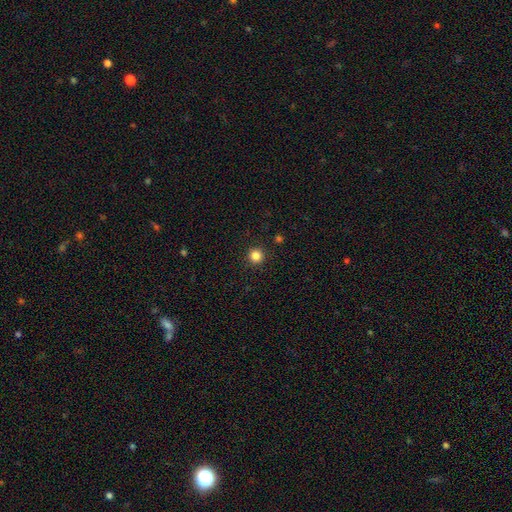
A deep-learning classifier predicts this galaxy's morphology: Q: Smooth or featured?
A: smooth (84%); runner-up: star or artifact (13%)
Q: How rounded?
A: round (96%); runner-up: in between (3%)
Q: Merging?
A: none (92%); runner-up: minor disturbance (5%)